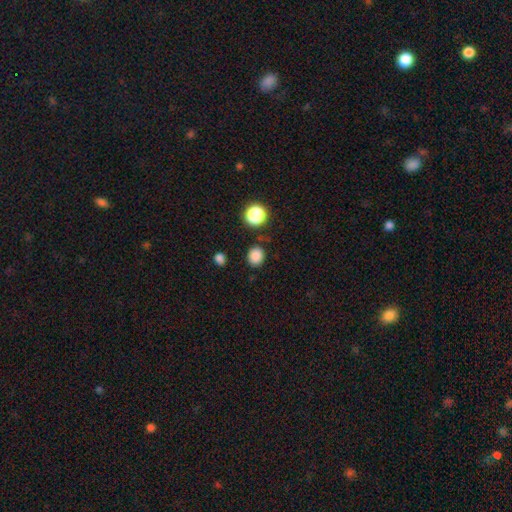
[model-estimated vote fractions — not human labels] Smooth or featured?
  - smooth: 84% *
  - star or artifact: 12%
  - featured or disk: 3%
How rounded?
  - round: 69% *
  - in between: 30%
  - cigar-shaped: 1%
Merging?
  - none: 83% *
  - minor disturbance: 10%
  - major disturbance: 3%
  - merger: 3%